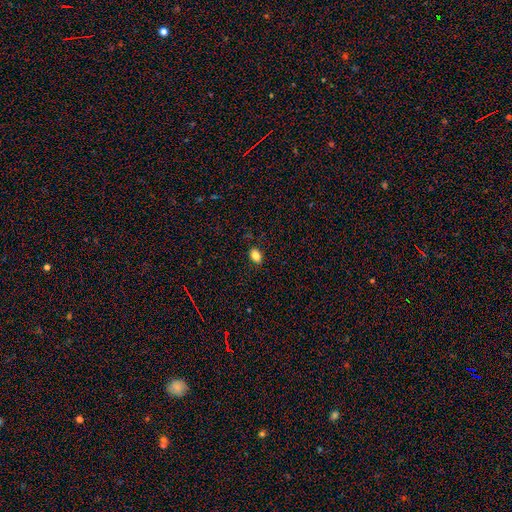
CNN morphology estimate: A smooth galaxy with no disk features (84%) that is in between round and cigar-shaped (81%). Merging: none (86%).